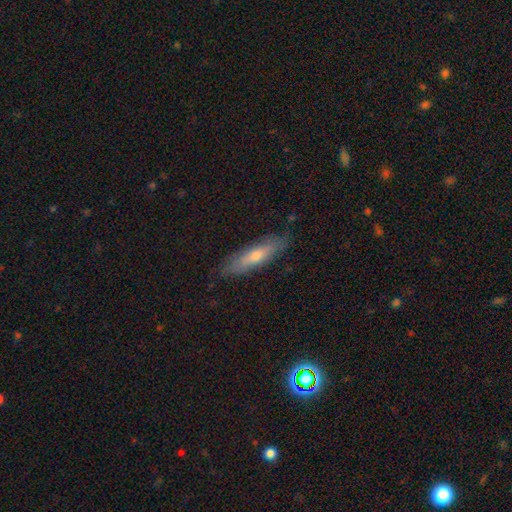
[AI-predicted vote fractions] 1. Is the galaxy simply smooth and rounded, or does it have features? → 58% smooth, 35% featured or disk, 6% star or artifact.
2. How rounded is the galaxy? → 76% cigar-shaped, 22% in between, 2% round.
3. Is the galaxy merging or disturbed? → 83% none, 13% minor disturbance, 2% major disturbance, 1% merger.